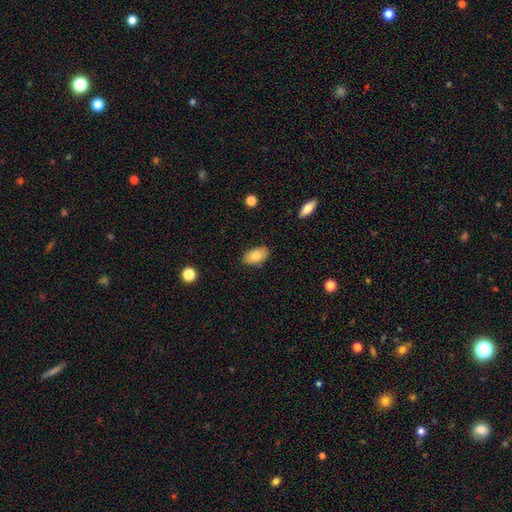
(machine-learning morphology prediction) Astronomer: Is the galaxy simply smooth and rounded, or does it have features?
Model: smooth — 81%.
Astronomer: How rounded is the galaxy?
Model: in between — 94%.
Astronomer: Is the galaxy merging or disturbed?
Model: none — 84%.